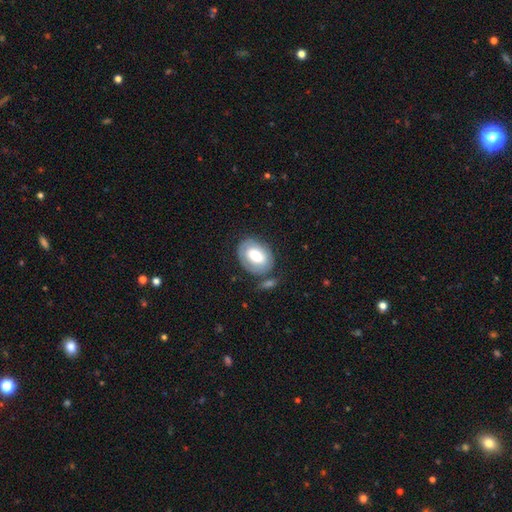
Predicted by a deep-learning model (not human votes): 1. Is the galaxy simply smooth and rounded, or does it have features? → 62% smooth, 32% featured or disk, 6% star or artifact.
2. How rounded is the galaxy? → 81% in between, 17% round, 1% cigar-shaped.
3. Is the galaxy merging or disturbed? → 63% none, 19% minor disturbance, 9% merger, 9% major disturbance.